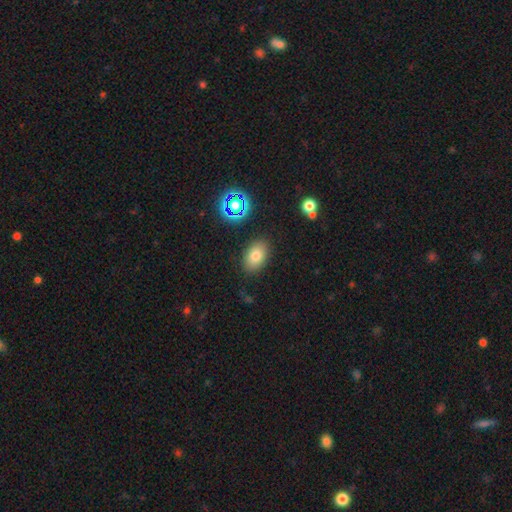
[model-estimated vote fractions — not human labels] This is likely a smooth galaxy (77%). How rounded: clearly in between (85%). Merging: clearly none (85%).